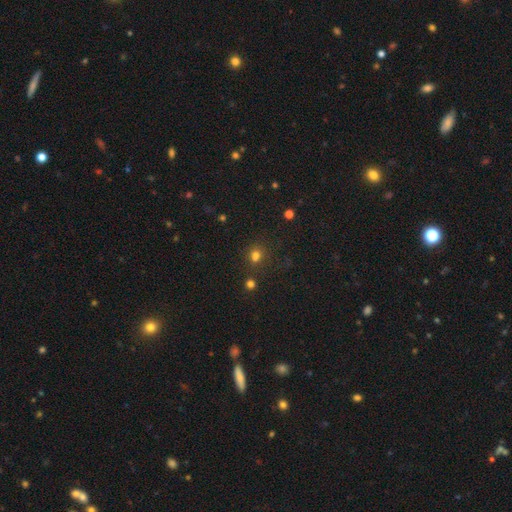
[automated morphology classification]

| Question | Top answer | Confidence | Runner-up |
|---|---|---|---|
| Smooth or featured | smooth | 72% | star or artifact (21%) |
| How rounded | round | 74% | in between (25%) |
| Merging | none | 65% | merger (19%) |